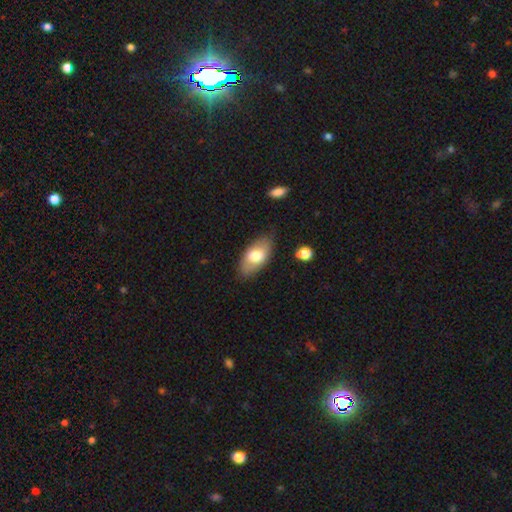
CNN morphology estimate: Overall: smooth (73%). How rounded: in between (92%). Merging: none (79%).